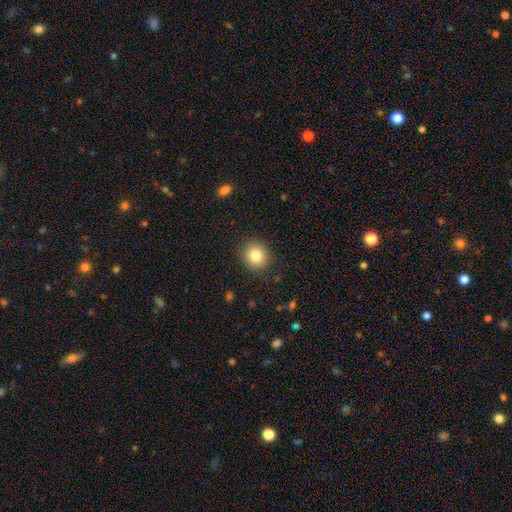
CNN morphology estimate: smooth-or-featured: smooth: 83% | star or artifact: 10% | featured or disk: 7%
  how-rounded: round: 85% | in between: 14% | cigar-shaped: 1%
  merging: none: 89% | minor disturbance: 7% | major disturbance: 2% | merger: 1%